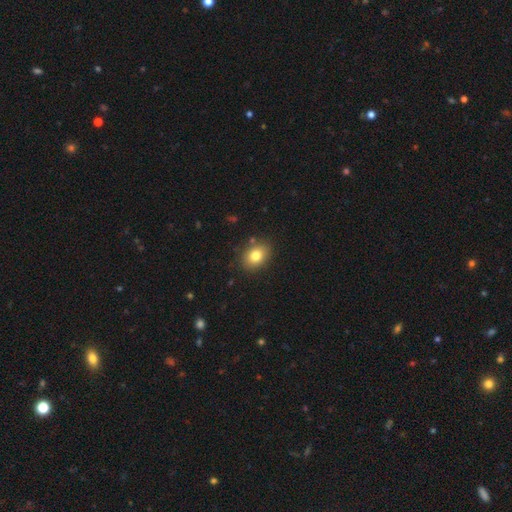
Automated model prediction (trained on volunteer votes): A smooth galaxy with no disk features (80%) that is in between round and cigar-shaped (67%). Merging: none (86%).